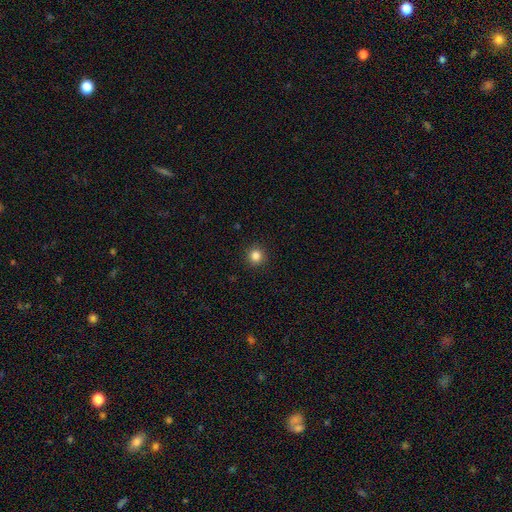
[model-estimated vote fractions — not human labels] This is clearly a smooth galaxy (84%). How rounded: clearly round (94%). Merging: clearly none (92%).